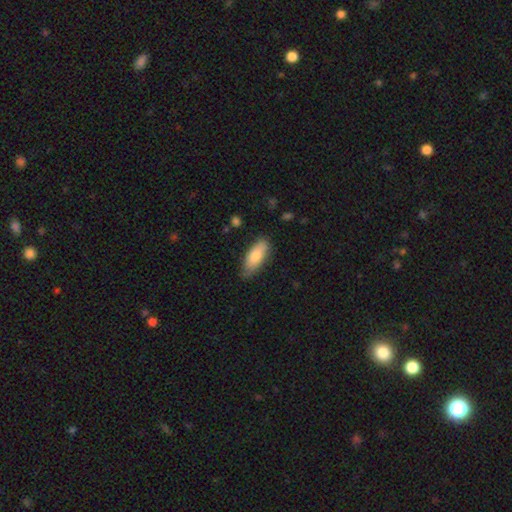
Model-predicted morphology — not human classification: A smooth galaxy with no disk features (80%) that is in between round and cigar-shaped (79%).

Vote fractions:
- Smooth or featured? smooth: 80% / featured or disk: 14% / star or artifact: 6%
- How rounded? in between: 79% / cigar-shaped: 19% / round: 2%
- Merging? none: 72% / minor disturbance: 23% / major disturbance: 4% / merger: 1%